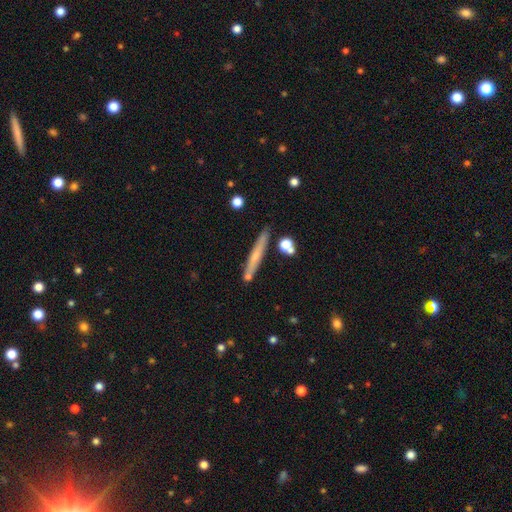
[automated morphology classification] smooth-or-featured: smooth: 55% | featured or disk: 38% | star or artifact: 7%
  how-rounded: cigar-shaped: 95% | in between: 3% | round: 2%
  merging: none: 81% | minor disturbance: 11% | merger: 5% | major disturbance: 2%